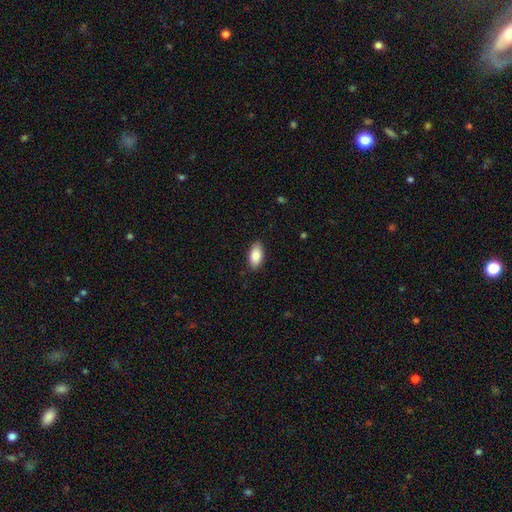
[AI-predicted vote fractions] smooth_or_featured: smooth (p=0.87) [alt: featured or disk p=0.07]
how_rounded: in between (p=0.93) [alt: cigar-shaped p=0.04]
merging: none (p=0.86) [alt: minor disturbance p=0.11]